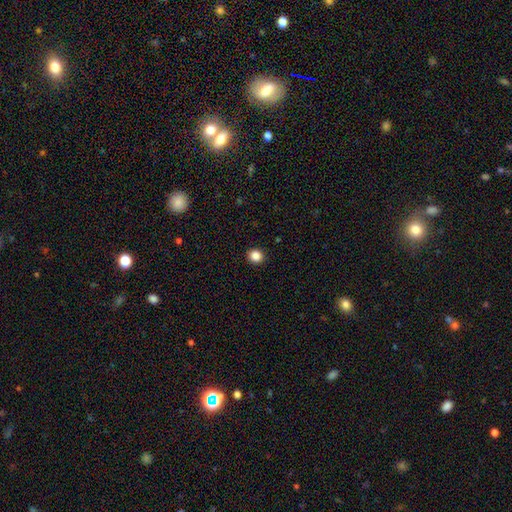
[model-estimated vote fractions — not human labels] smooth 85%, star or artifact 11%, featured or disk 4%. Down the decision tree: how rounded — round (88%); merging — none (92%).